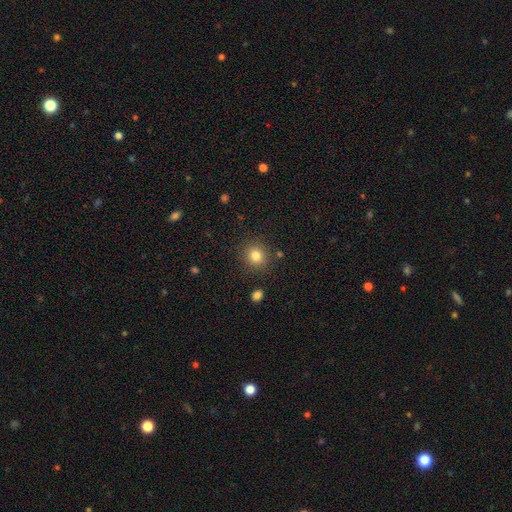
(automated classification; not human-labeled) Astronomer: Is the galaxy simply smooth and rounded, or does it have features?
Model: smooth — 82%.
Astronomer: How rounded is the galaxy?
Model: round — 88%.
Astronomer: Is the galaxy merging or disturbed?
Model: none — 87%.